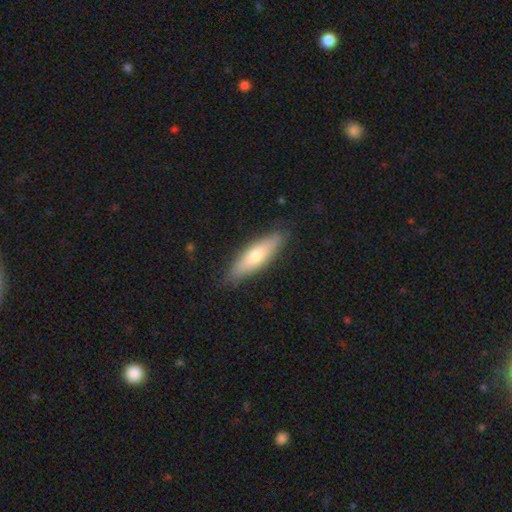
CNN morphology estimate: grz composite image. It shows a smooth galaxy with no disk features (65%) that is cigar-shaped (62%). Merging: none (85%).